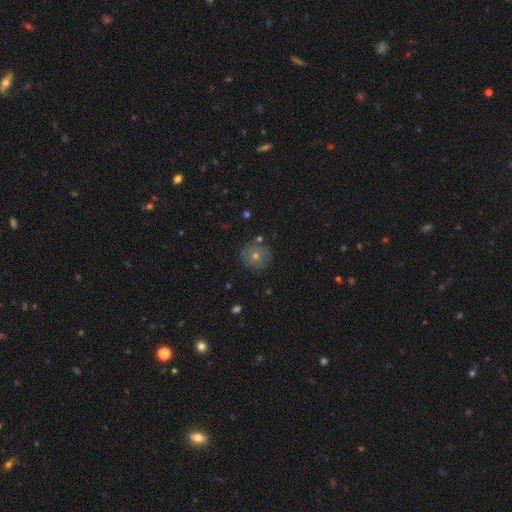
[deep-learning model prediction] Overall: smooth (61%; featured or disk 23%). How rounded: round (94%). Merging: none (86%).